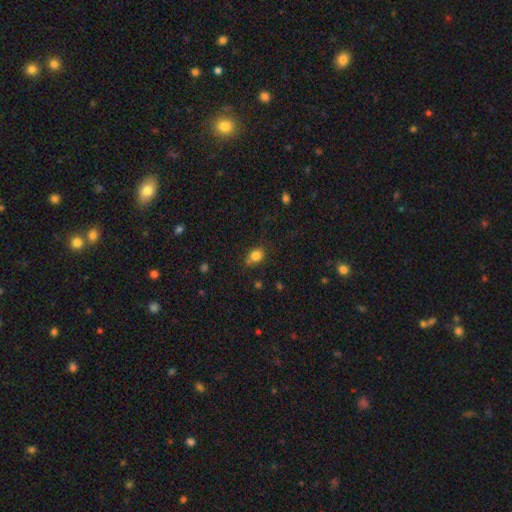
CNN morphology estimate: Overall: smooth (81%). How rounded: in between (55%; round 44%). Merging: none (65%).